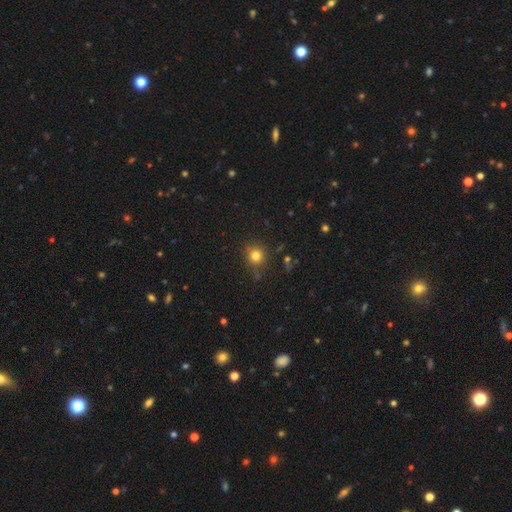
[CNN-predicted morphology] Smooth or featured? smooth (79%)
How rounded? round (87%)
Merging? none (80%)